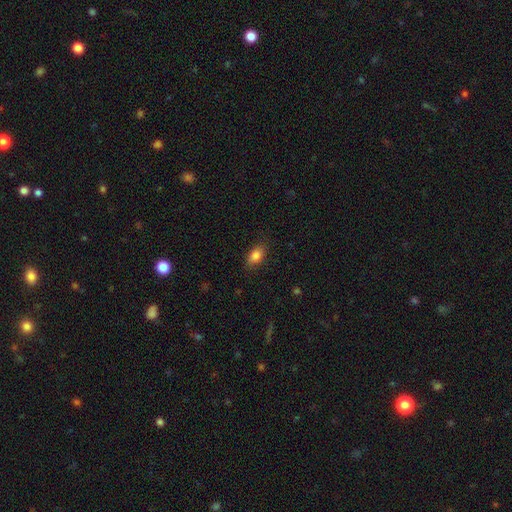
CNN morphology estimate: Q: Smooth or featured?
A: smooth (85%); runner-up: star or artifact (8%)
Q: How rounded?
A: in between (88%); runner-up: round (8%)
Q: Merging?
A: none (85%); runner-up: minor disturbance (11%)